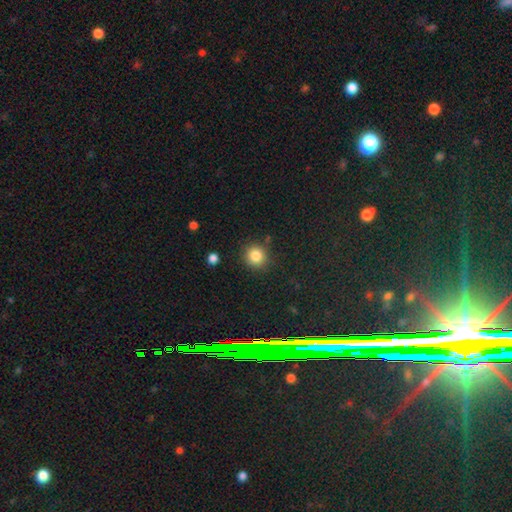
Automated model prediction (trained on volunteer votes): smooth 84%, star or artifact 11%, featured or disk 5%. Down the decision tree: how rounded — round (91%); merging — none (85%).